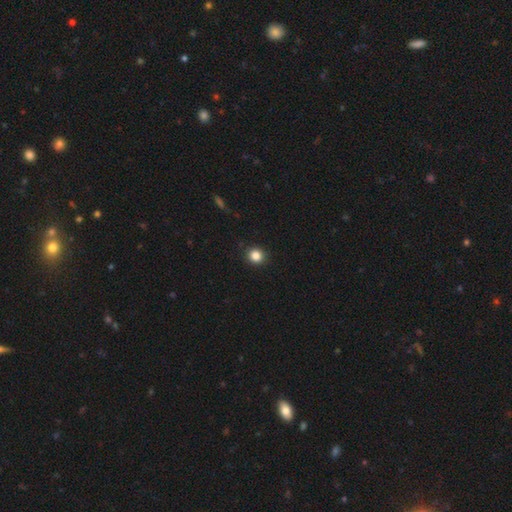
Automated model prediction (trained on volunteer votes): The model was most divided on "smooth or featured": smooth: 85%, star or artifact: 12%, featured or disk: 4%. More confident: merging — none (92%); how rounded — round (89%).